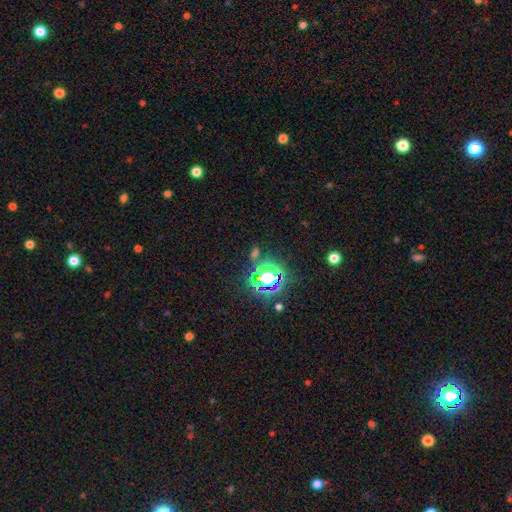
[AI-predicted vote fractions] Q: Smooth or featured?
A: star or artifact (73%); runner-up: smooth (19%)